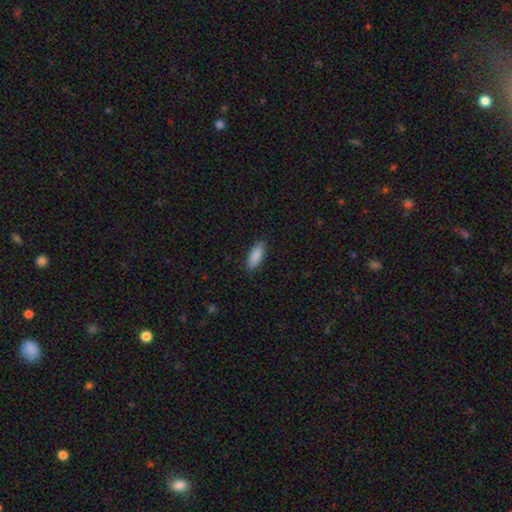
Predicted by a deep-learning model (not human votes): Smooth or featured? smooth (89%)
How rounded? in between (74%)
Merging? none (84%)